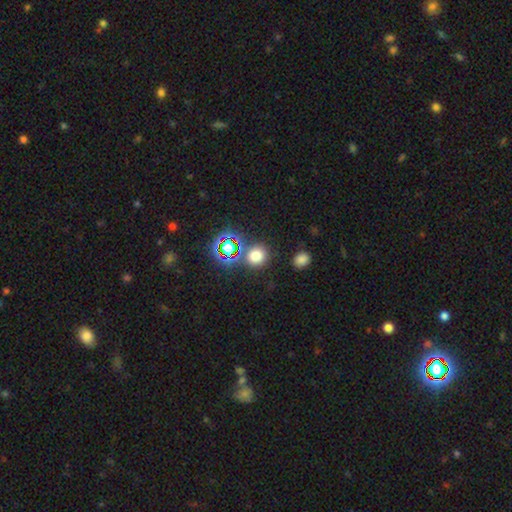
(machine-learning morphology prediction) A smooth galaxy with no disk features (68%) that is round (85%).

Vote fractions:
- Smooth or featured? smooth: 68% / star or artifact: 26% / featured or disk: 6%
- How rounded? round: 85% / in between: 14% / cigar-shaped: 1%
- Merging? none: 80% / minor disturbance: 9% / merger: 7% / major disturbance: 4%